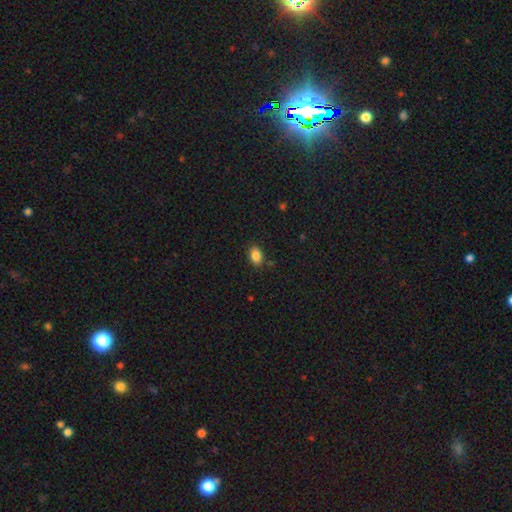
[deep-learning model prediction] Overall: smooth (86%). How rounded: in between (82%). Merging: none (85%).